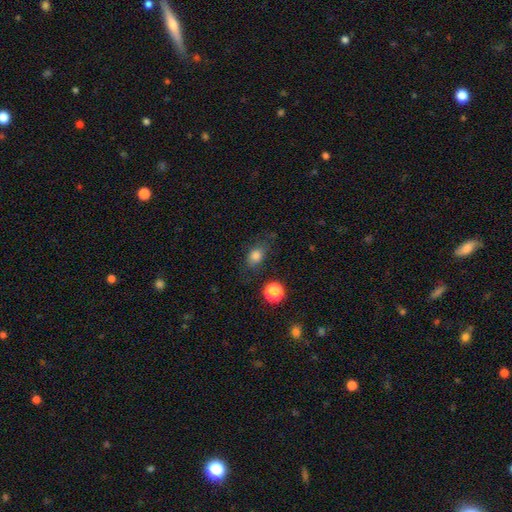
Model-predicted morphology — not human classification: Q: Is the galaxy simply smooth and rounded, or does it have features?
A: smooth — 81%.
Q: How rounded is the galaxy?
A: in between — 66%.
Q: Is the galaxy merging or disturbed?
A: none — 72%.